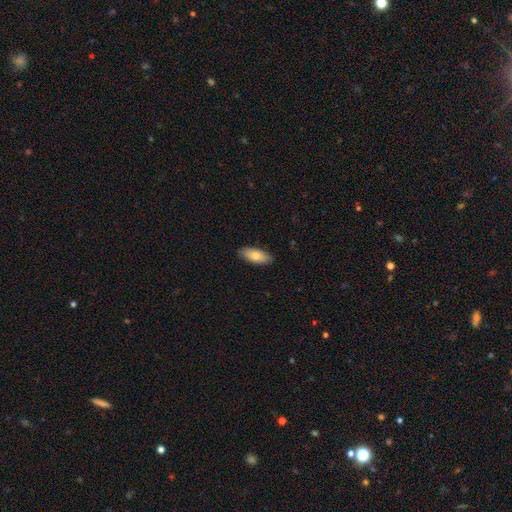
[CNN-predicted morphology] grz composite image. It shows a smooth galaxy with no disk features (77%) that is in between round and cigar-shaped (82%). Merging: none (88%).